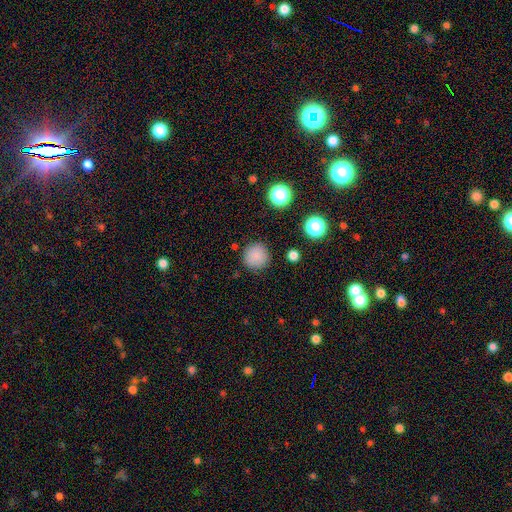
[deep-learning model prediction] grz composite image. It shows a smooth galaxy with no disk features (84%) that is round (95%). Merging: none (88%).